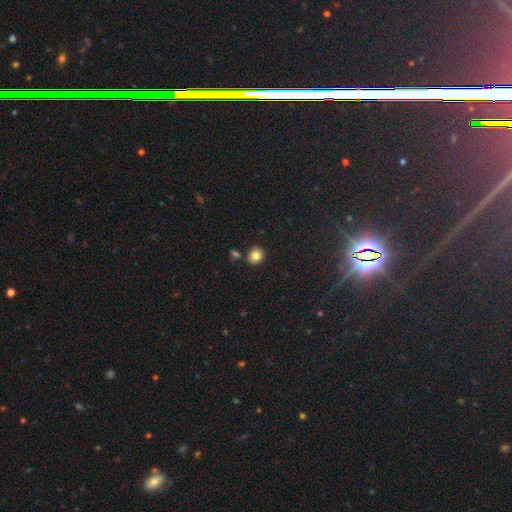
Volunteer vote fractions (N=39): Smooth or featured: smooth — 82% (featured or disk — 10%)
How rounded: round — 91% (in between — 9%)
Merging: none — 83% (merger — 14%)